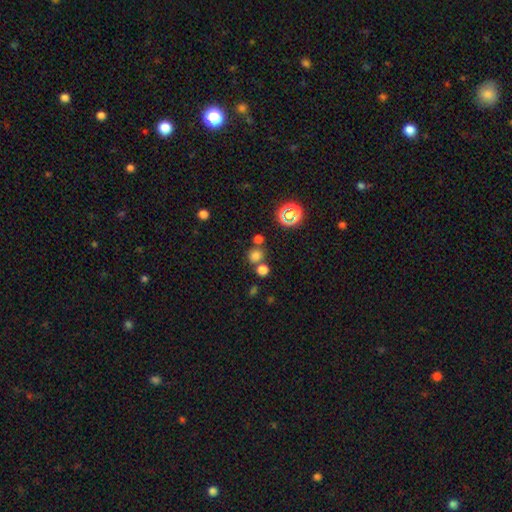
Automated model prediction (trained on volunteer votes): The model was most divided on "merging": none: 66%, merger: 22%, minor disturbance: 8%, major disturbance: 4%. More confident: how rounded — round (84%); smooth or featured — smooth (70%).